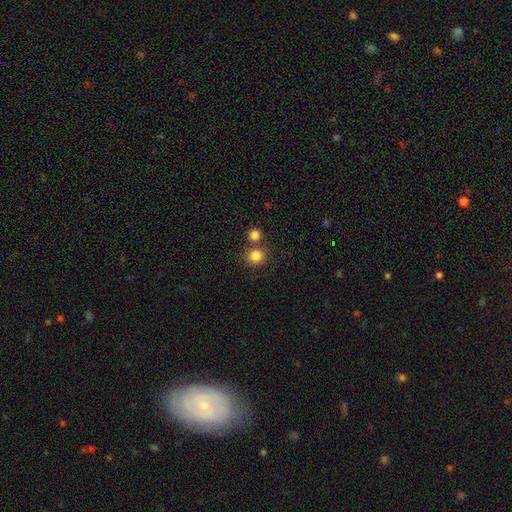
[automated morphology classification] Q: Smooth or featured?
A: smooth (84%); runner-up: star or artifact (12%)
Q: How rounded?
A: round (91%); runner-up: in between (8%)
Q: Merging?
A: none (70%); runner-up: merger (20%)